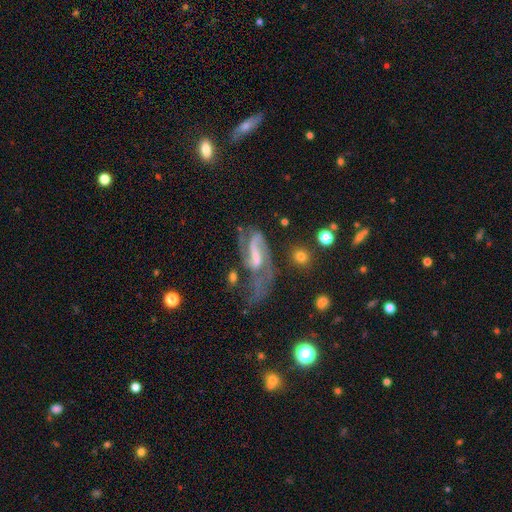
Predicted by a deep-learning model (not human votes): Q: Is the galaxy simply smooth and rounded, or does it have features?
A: featured or disk — 79%.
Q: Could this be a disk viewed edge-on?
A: no — 92%.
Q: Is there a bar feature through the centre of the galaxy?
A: weak — 43%.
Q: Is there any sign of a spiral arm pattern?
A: yes — 89%.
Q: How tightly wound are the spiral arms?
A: medium — 42%.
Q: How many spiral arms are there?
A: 2 — 71%.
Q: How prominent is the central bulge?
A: small — 41%.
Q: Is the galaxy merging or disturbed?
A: major disturbance — 36%.